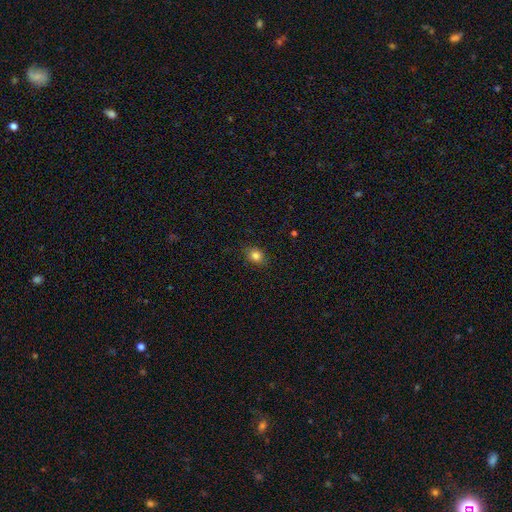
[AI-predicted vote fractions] The model was most divided on "how rounded": round: 59%, in between: 40%, cigar-shaped: 1%. More confident: merging — none (87%); smooth or featured — smooth (82%).